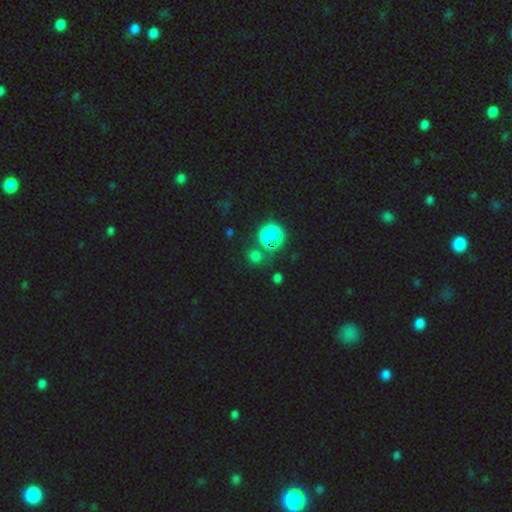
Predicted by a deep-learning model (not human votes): Smooth or featured?
  - smooth: 55% *
  - star or artifact: 39%
  - featured or disk: 6%
How rounded?
  - round: 84% *
  - in between: 15%
  - cigar-shaped: 1%
Merging?
  - none: 77% *
  - minor disturbance: 10%
  - merger: 9%
  - major disturbance: 4%